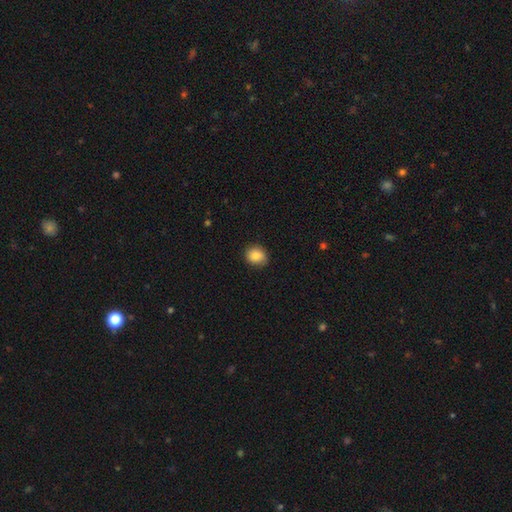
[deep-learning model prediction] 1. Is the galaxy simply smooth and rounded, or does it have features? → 84% smooth, 9% star or artifact, 7% featured or disk.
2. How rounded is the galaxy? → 70% round, 29% in between, 1% cigar-shaped.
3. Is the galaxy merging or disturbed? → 84% none, 13% minor disturbance, 2% major disturbance, 1% merger.